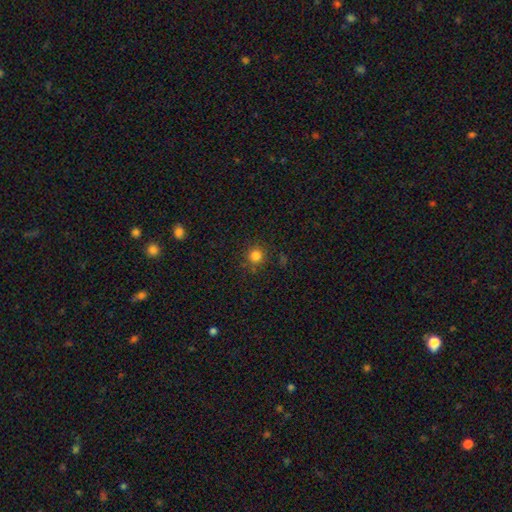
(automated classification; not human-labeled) This appears to be a smooth galaxy with no disk features (81%) that is round (94%). Merging: none (85%).